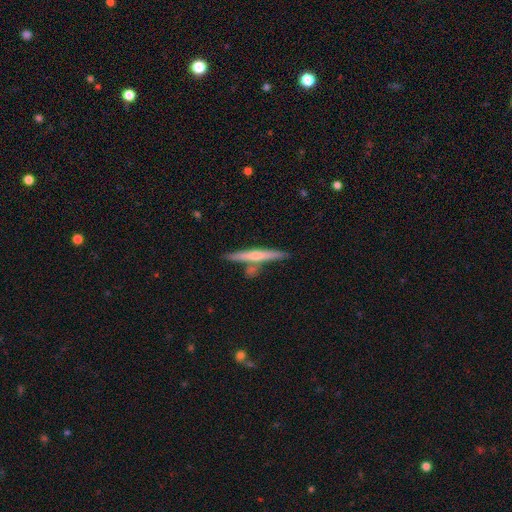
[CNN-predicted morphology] Smooth or featured? featured or disk (53%)
Edge-on disk? yes (96%)
Edge-on bulge? rounded (63%)
Merging? none (76%)